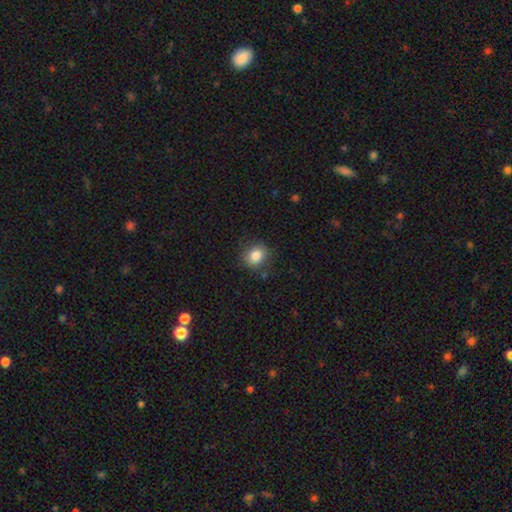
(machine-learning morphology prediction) The model was most divided on "how rounded": round: 73%, in between: 26%, cigar-shaped: 1%. More confident: smooth or featured — smooth (84%); merging — none (83%).